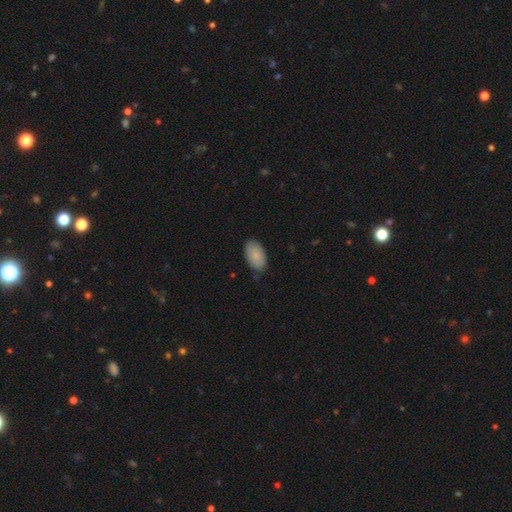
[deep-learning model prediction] Smooth or featured? Predicted: smooth (p=0.84). How rounded? Predicted: in between (p=0.94). Merging? Predicted: none (p=0.80).